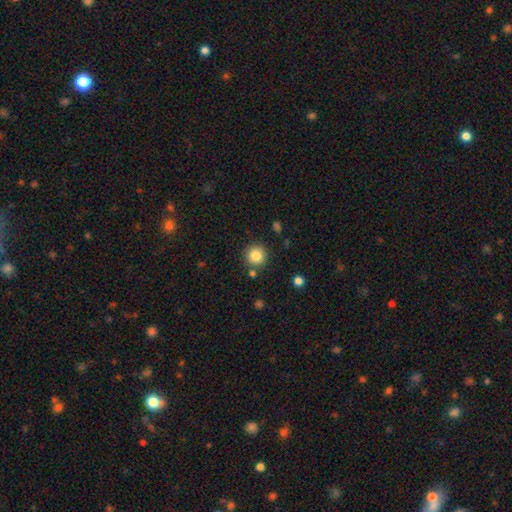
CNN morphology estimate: This is clearly a smooth galaxy (85%). How rounded: clearly round (95%). Merging: clearly none (86%).